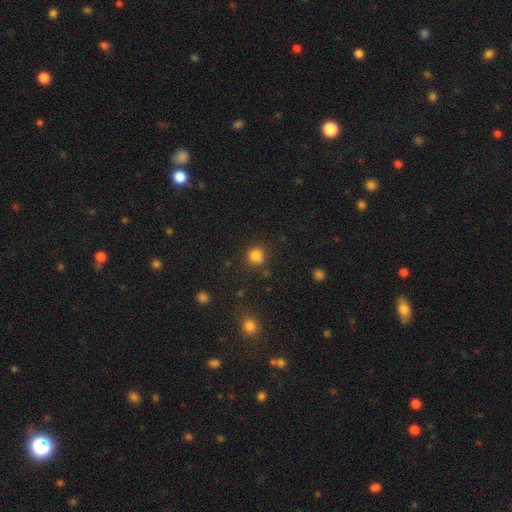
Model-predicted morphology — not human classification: smooth-or-featured: smooth: 82% | star or artifact: 13% | featured or disk: 5%
  how-rounded: round: 88% | in between: 11% | cigar-shaped: 1%
  merging: none: 80% | minor disturbance: 11% | merger: 5% | major disturbance: 4%